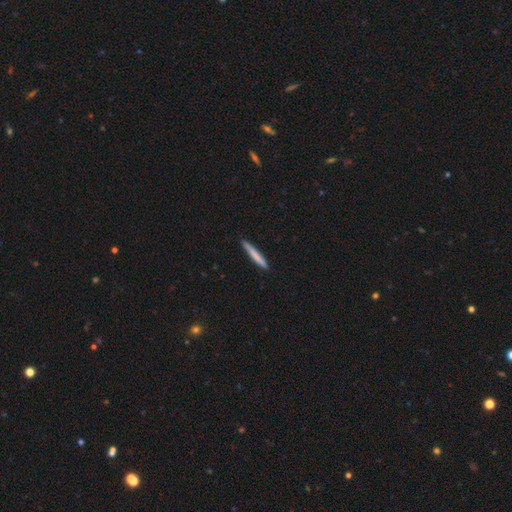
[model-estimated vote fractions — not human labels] Q: Smooth or featured?
A: smooth (74%); runner-up: featured or disk (20%)
Q: How rounded?
A: cigar-shaped (96%); runner-up: in between (3%)
Q: Merging?
A: none (87%); runner-up: minor disturbance (10%)